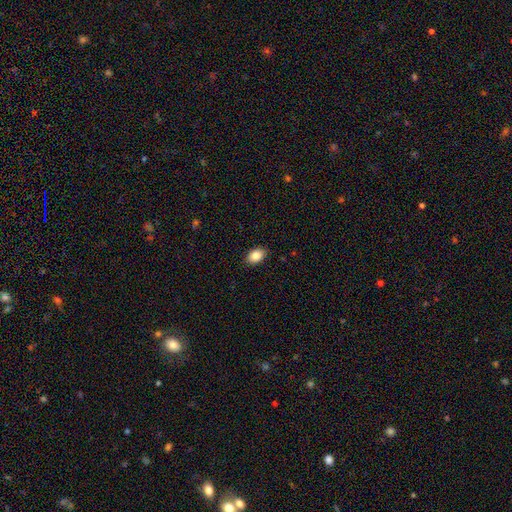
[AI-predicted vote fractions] Q: Smooth or featured?
A: smooth (86%); runner-up: star or artifact (8%)
Q: How rounded?
A: in between (87%); runner-up: round (12%)
Q: Merging?
A: none (88%); runner-up: minor disturbance (9%)